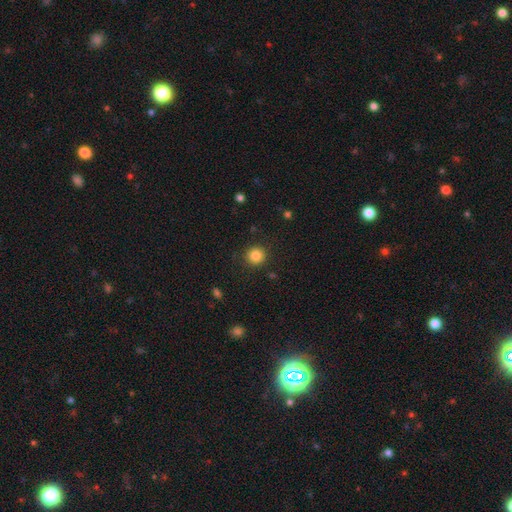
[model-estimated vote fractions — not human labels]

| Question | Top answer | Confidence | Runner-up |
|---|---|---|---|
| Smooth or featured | smooth | 84% | star or artifact (11%) |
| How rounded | round | 93% | in between (6%) |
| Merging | none | 90% | minor disturbance (6%) |